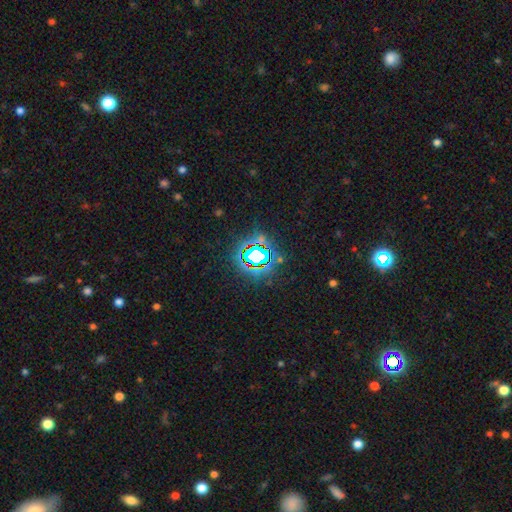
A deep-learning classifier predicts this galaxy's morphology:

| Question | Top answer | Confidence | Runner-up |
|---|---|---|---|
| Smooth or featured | star or artifact | 72% | smooth (17%) |